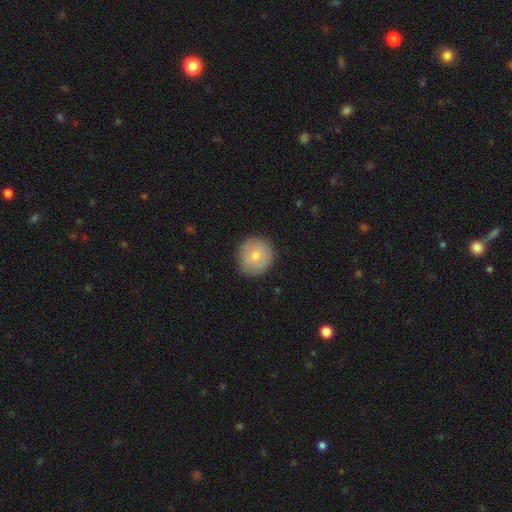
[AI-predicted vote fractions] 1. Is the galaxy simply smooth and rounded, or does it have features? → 78% smooth, 15% featured or disk, 7% star or artifact.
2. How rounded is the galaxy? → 92% round, 7% in between, 1% cigar-shaped.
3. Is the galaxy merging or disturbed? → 84% none, 12% minor disturbance, 3% major disturbance, 1% merger.